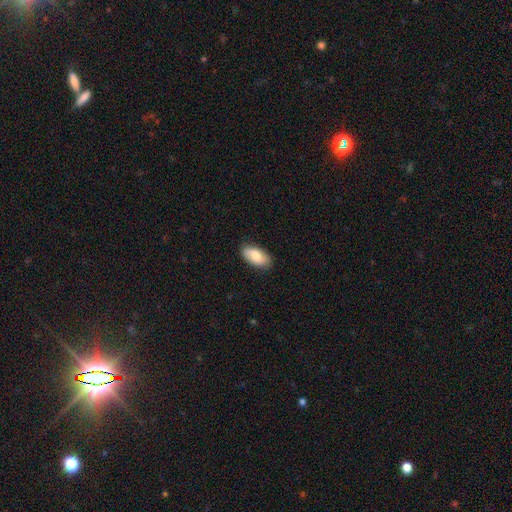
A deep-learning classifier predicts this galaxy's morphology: smooth 72%, featured or disk 22%, star or artifact 6%. Down the decision tree: how rounded — in between (93%); merging — none (83%).